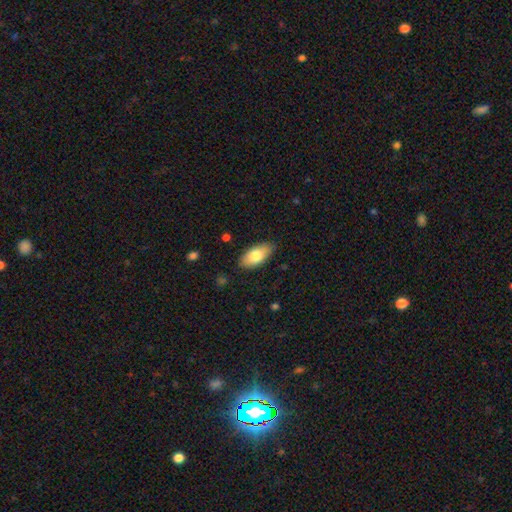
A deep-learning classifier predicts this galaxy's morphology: A smooth galaxy with no disk features (78%) that is in between round and cigar-shaped (92%). Merging: none (85%).